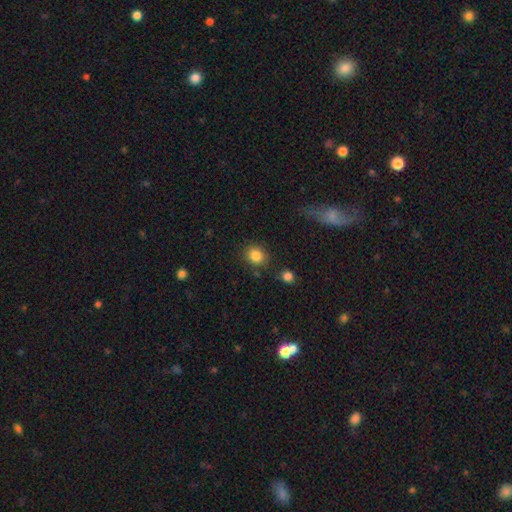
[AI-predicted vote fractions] Smooth or featured? Predicted: smooth (p=0.84). How rounded? Predicted: round (p=0.76). Merging? Predicted: none (p=0.83).